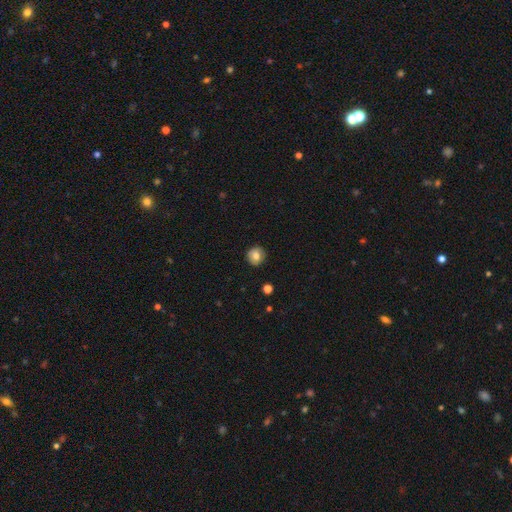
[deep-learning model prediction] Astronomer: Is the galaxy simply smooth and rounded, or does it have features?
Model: smooth — 77%.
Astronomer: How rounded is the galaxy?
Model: round — 91%.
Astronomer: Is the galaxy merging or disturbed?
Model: none — 89%.